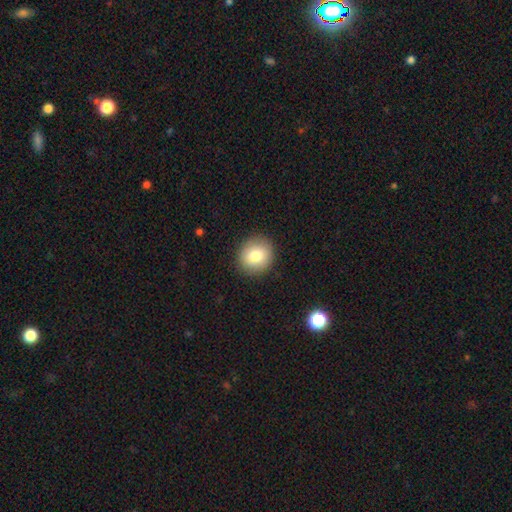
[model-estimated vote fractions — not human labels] smooth 81%, featured or disk 10%, star or artifact 9%. Down the decision tree: how rounded — round (83%); merging — none (90%).